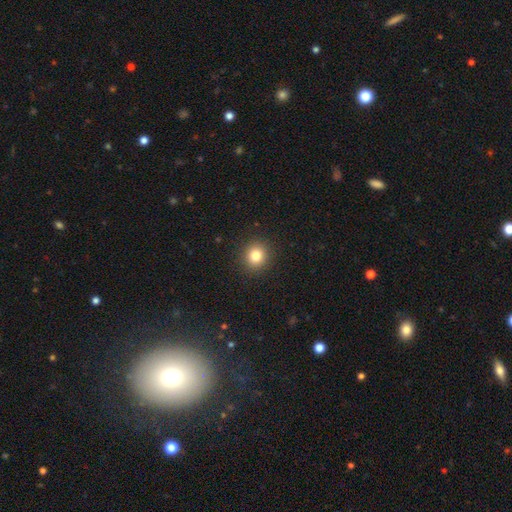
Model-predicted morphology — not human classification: Q: Smooth or featured?
A: smooth (82%); runner-up: star or artifact (12%)
Q: How rounded?
A: round (87%); runner-up: in between (13%)
Q: Merging?
A: none (91%); runner-up: minor disturbance (6%)